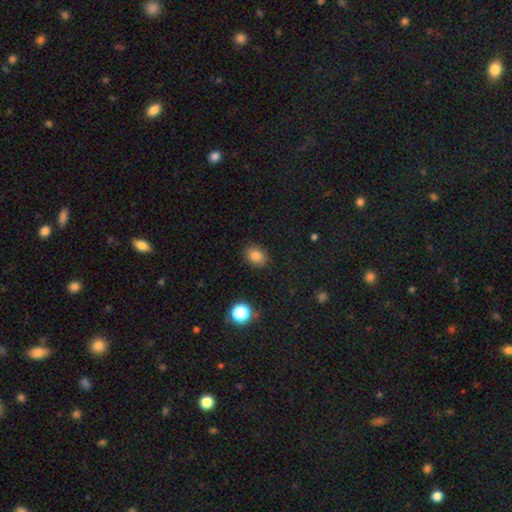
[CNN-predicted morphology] Q: Smooth or featured?
A: smooth (82%); runner-up: star or artifact (12%)
Q: How rounded?
A: in between (60%); runner-up: round (39%)
Q: Merging?
A: none (86%); runner-up: minor disturbance (10%)